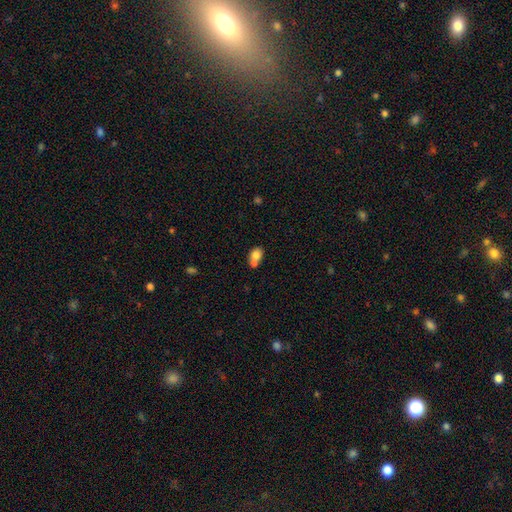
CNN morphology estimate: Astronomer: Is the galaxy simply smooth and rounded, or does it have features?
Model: smooth — 78%.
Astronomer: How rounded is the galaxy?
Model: in between — 52% (runner-up: round, 47%).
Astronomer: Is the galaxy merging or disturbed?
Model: merger — 54% (runner-up: none, 33%).